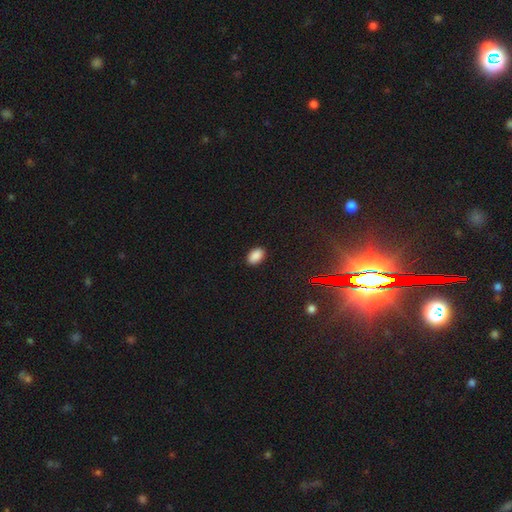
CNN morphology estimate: smooth-or-featured: smooth: 87% | star or artifact: 10% | featured or disk: 3%
  how-rounded: in between: 88% | round: 10% | cigar-shaped: 1%
  merging: none: 89% | minor disturbance: 8% | major disturbance: 2% | merger: 1%